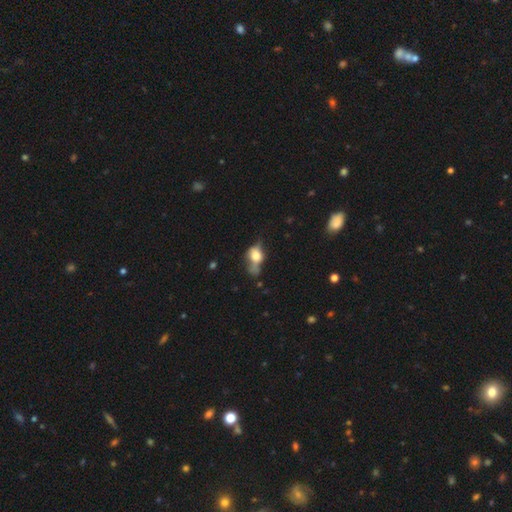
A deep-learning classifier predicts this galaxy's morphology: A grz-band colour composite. It shows a smooth galaxy with no disk features (56%) that is in between round and cigar-shaped (58%). Merging: none (31%).